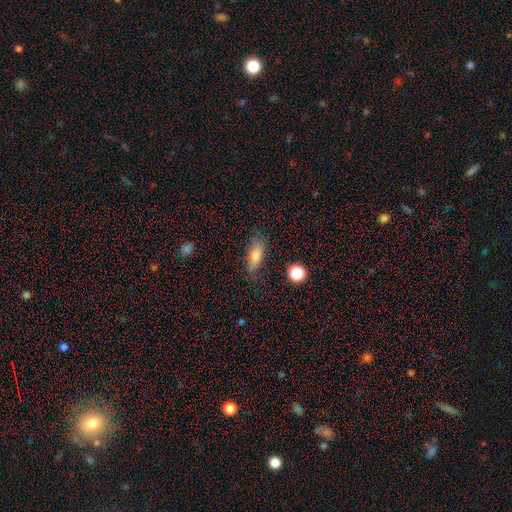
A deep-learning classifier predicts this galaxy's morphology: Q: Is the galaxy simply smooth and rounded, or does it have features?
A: smooth — 77%.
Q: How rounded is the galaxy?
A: in between — 64%.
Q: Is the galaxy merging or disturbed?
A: none — 77%.